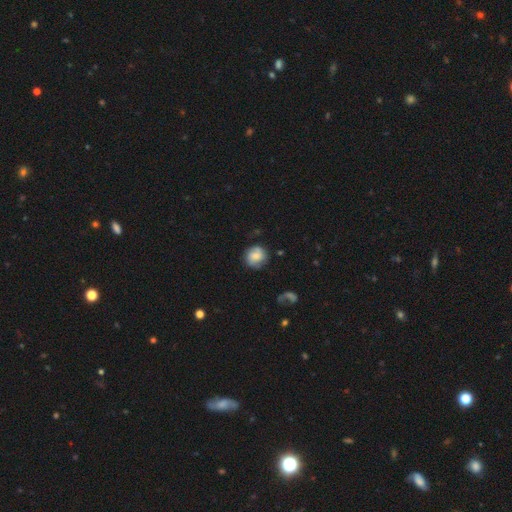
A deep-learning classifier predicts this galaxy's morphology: This is possibly a smooth galaxy (58%). How rounded: clearly round (83%). Merging: likely none (72%).